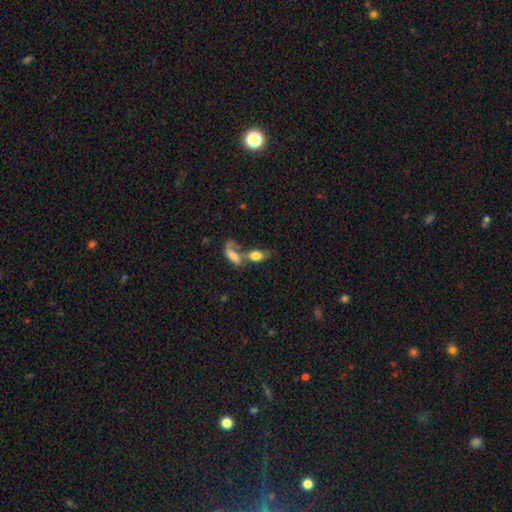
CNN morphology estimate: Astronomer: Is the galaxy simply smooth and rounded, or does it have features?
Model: smooth — 73%.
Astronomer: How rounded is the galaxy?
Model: in between — 85%.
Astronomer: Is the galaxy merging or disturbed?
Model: merger — 60%.